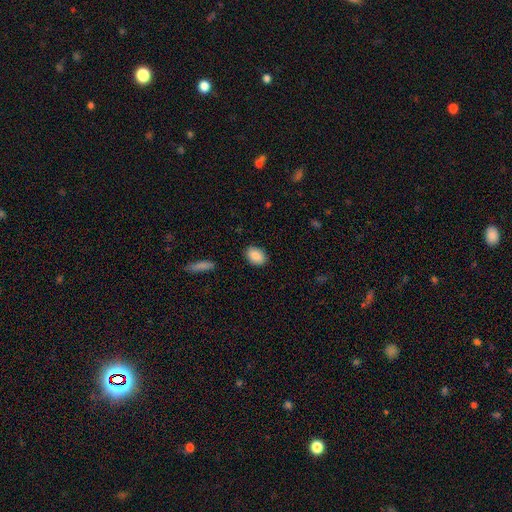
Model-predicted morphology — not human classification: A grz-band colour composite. It shows a smooth galaxy with no disk features (89%) that is in between round and cigar-shaped (80%). Merging: none (87%).